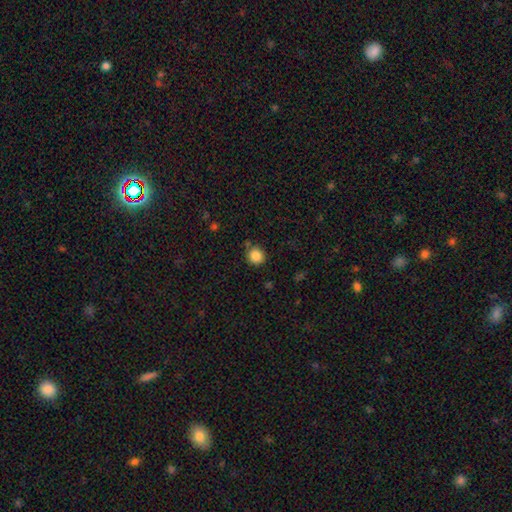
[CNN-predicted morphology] This is clearly a smooth galaxy (86%). How rounded: clearly round (91%). Merging: clearly none (83%).